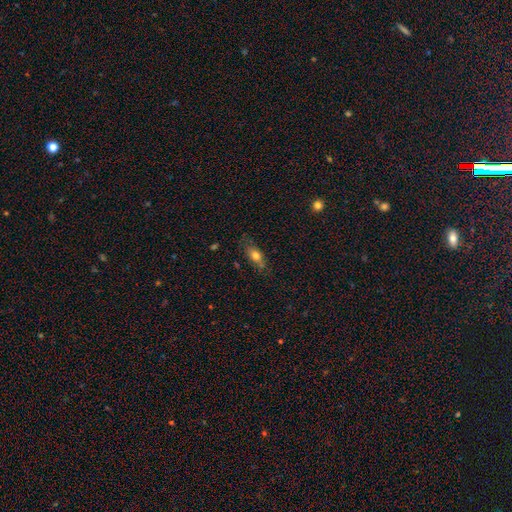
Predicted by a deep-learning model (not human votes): Smooth or featured: smooth — 71% (featured or disk — 20%)
How rounded: in between — 78% (cigar-shaped — 15%)
Merging: none — 68% (minor disturbance — 22%)